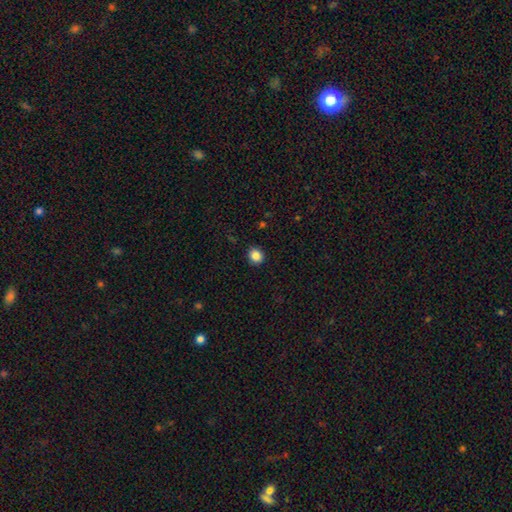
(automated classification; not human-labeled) smooth_or_featured: smooth (p=0.86) [alt: star or artifact p=0.10]
how_rounded: round (p=0.83) [alt: in between p=0.16]
merging: none (p=0.91) [alt: minor disturbance p=0.06]